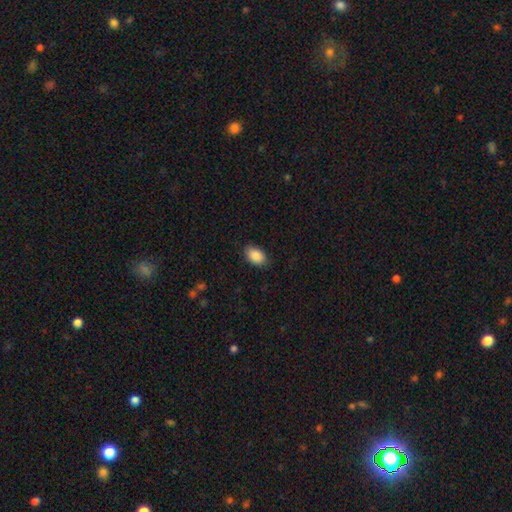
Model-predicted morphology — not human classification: Smooth or featured? Predicted: smooth (p=0.90). How rounded? Predicted: in between (p=0.90). Merging? Predicted: none (p=0.85).